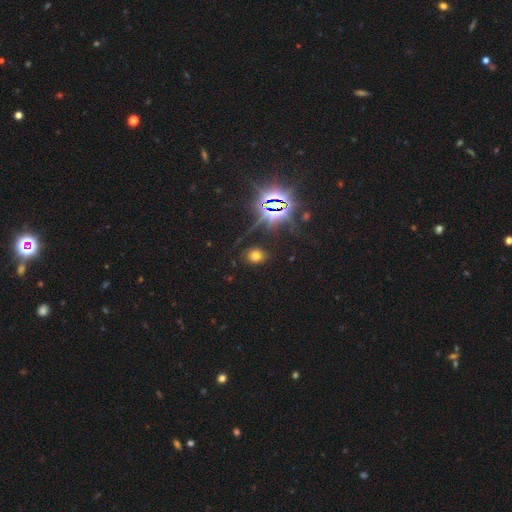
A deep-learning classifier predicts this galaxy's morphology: Q: Smooth or featured?
A: smooth (59%); runner-up: star or artifact (33%)
Q: How rounded?
A: round (56%); runner-up: in between (43%)
Q: Merging?
A: none (83%); runner-up: minor disturbance (10%)